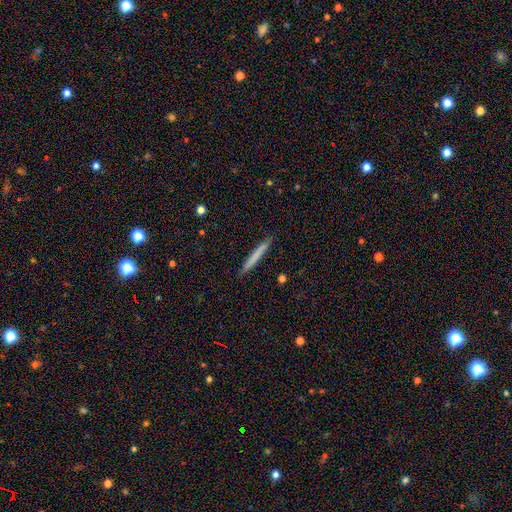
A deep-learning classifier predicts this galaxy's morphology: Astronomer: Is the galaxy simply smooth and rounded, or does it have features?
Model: smooth — 71%.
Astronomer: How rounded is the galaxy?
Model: cigar-shaped — 97%.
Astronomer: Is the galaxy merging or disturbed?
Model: none — 91%.